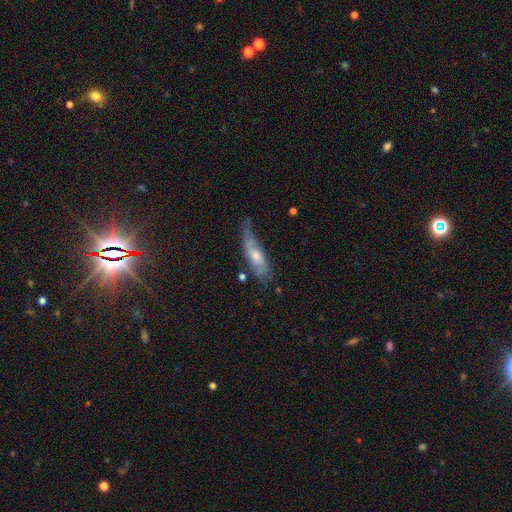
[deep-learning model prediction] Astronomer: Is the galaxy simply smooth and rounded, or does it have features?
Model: featured or disk — 51% (runner-up: smooth, 40%).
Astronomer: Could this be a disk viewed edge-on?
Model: no — 59% (runner-up: yes, 41%).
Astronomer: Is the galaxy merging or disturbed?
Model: none — 47% (runner-up: minor disturbance, 35%).